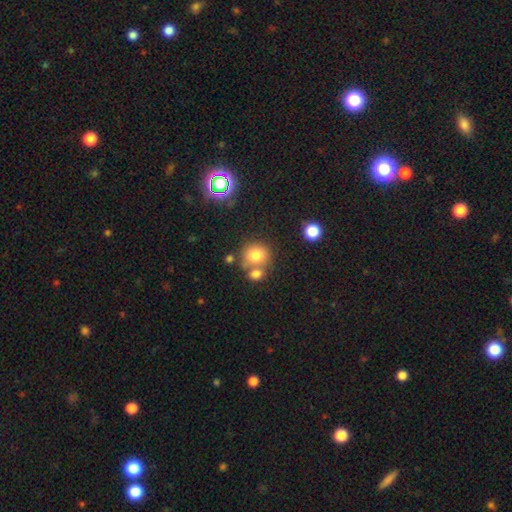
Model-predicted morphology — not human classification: Smooth or featured? smooth (77%)
How rounded? round (83%)
Merging? none (51%)